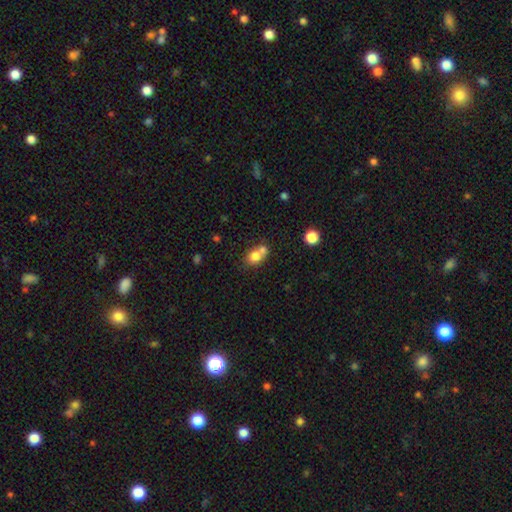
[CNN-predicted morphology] type=smooth (76%); roundness=in between (50%); merging=merger (53%).